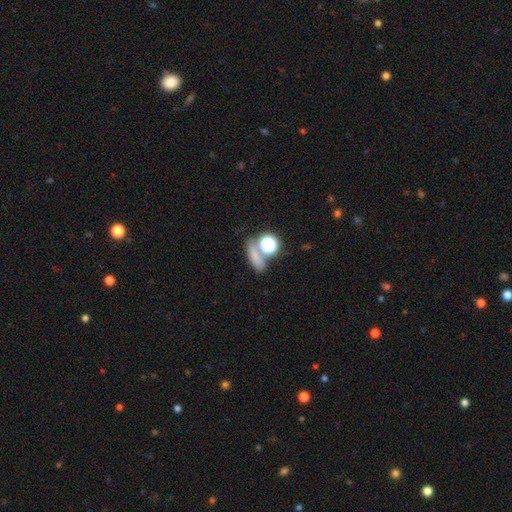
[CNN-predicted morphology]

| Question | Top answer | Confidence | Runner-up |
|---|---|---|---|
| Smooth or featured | smooth | 67% | star or artifact (22%) |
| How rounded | in between | 44% | round (40%) |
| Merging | none | 55% | merger (25%) |